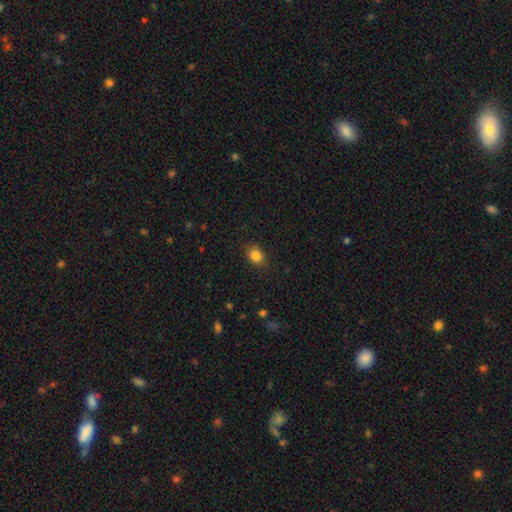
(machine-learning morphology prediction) This appears to be a smooth galaxy with no disk features (85%) that is in between round and cigar-shaped (60%). Merging: none (84%).